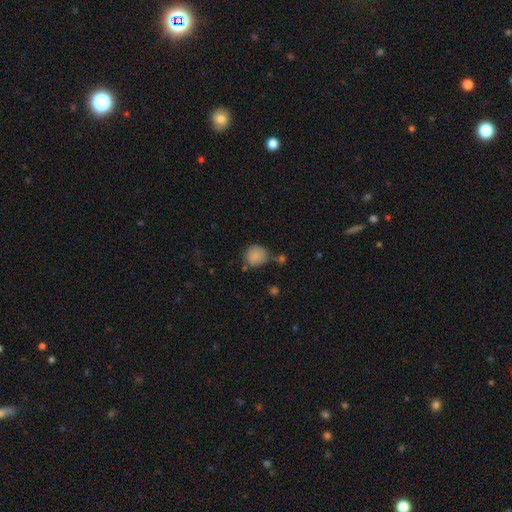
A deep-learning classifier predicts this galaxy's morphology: smooth-or-featured: smooth: 86% | star or artifact: 9% | featured or disk: 5%
  how-rounded: round: 86% | in between: 13% | cigar-shaped: 1%
  merging: none: 65% | minor disturbance: 19% | merger: 10% | major disturbance: 5%